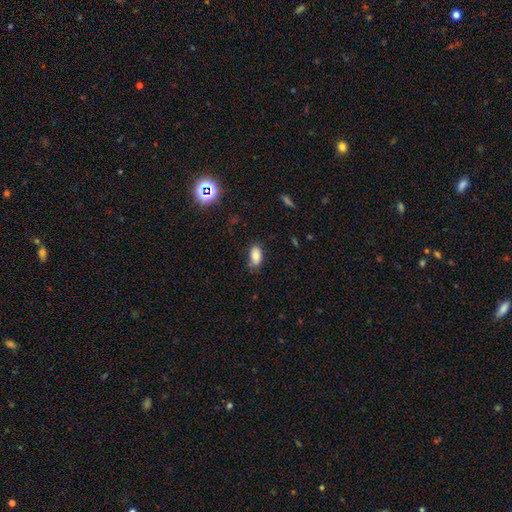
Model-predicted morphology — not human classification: smooth 79%, featured or disk 12%, star or artifact 9%. Down the decision tree: how rounded — in between (92%); merging — none (71%).